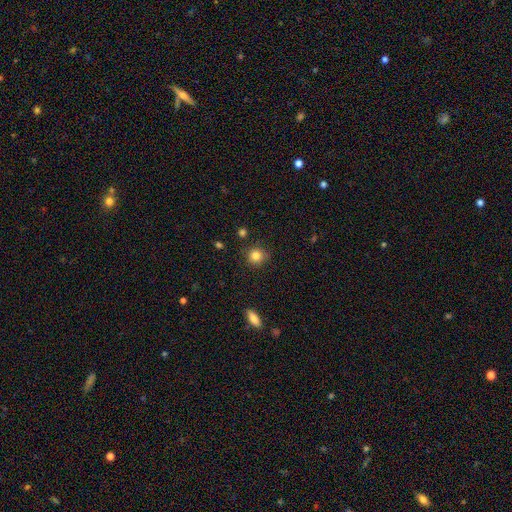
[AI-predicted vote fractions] This appears to be a smooth galaxy with no disk features (84%) that is round (89%). Merging: none (84%).